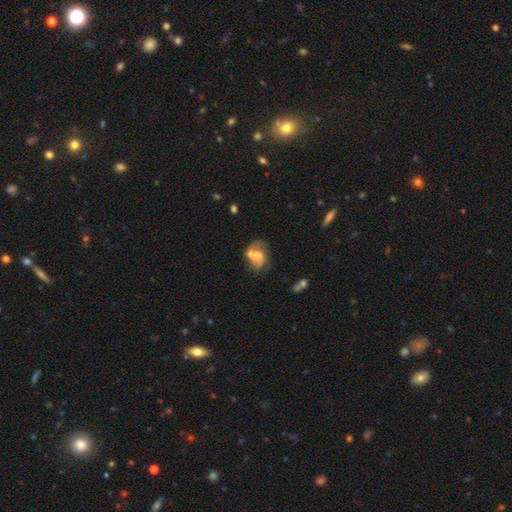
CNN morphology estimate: featured or disk 62%, smooth 30%, star or artifact 9%. Down the decision tree: edge-on disk — no (97%); bar — no (58%); spiral arms — yes (76%); bulge size — moderate (37%); merging — none (38%).